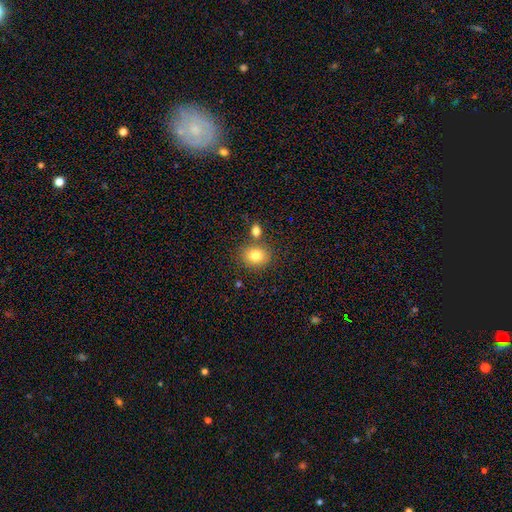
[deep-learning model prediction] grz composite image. It shows a smooth galaxy with no disk features (82%) that is round (59%). Merging: none (69%).